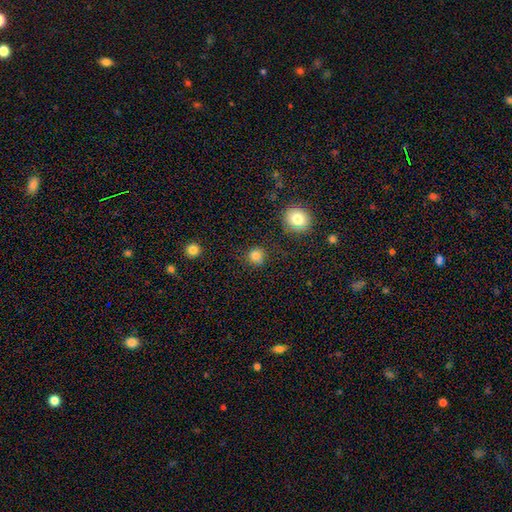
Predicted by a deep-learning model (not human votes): A smooth galaxy with no disk features (82%) that is round (91%). Merging: none (84%).